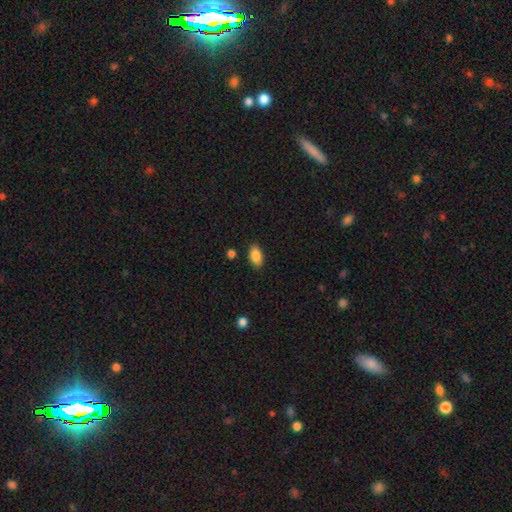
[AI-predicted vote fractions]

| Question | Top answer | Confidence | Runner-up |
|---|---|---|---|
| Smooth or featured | smooth | 87% | star or artifact (8%) |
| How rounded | in between | 91% | round (5%) |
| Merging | none | 86% | minor disturbance (10%) |